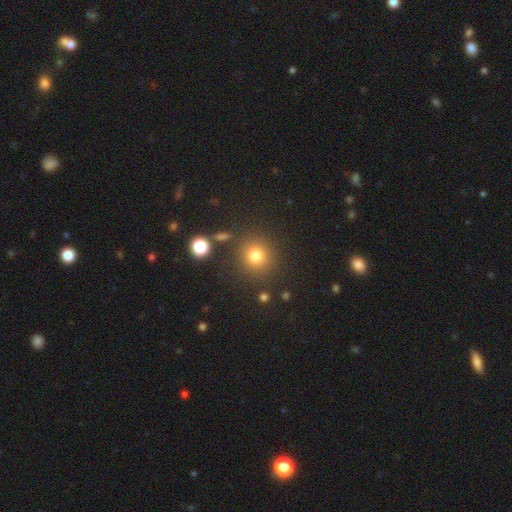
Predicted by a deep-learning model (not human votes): The model was most divided on "smooth or featured": smooth: 78%, star or artifact: 15%, featured or disk: 7%. More confident: how rounded — round (90%); merging — none (84%).